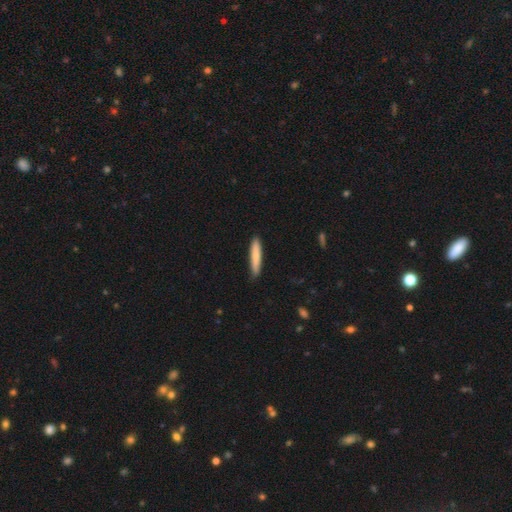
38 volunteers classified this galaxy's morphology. This appears to be a smooth galaxy with no disk features (76%) that is cigar-shaped (97%). Merging: none (76%).